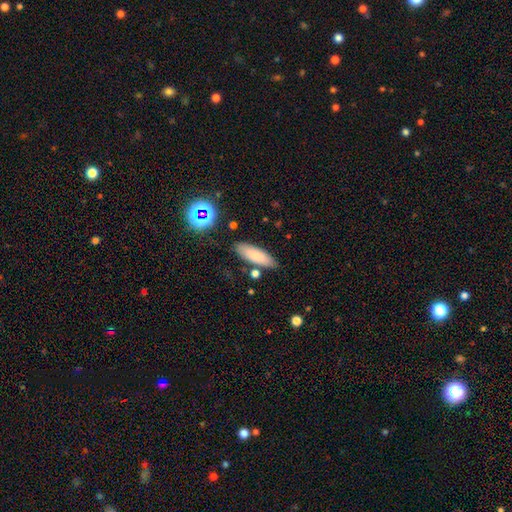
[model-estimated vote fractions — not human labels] Q: Smooth or featured?
A: smooth (82%); runner-up: featured or disk (10%)
Q: How rounded?
A: in between (60%); runner-up: cigar-shaped (38%)
Q: Merging?
A: none (80%); runner-up: minor disturbance (12%)